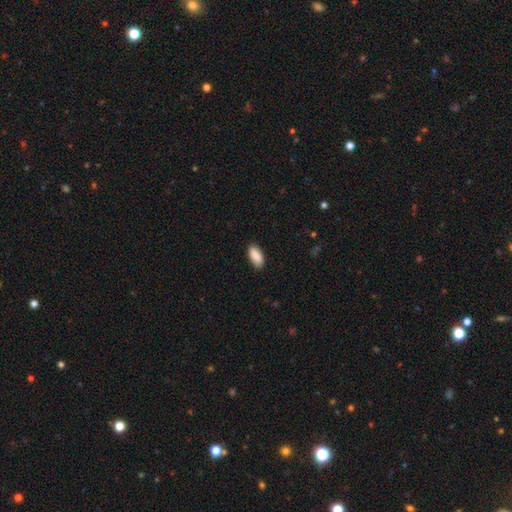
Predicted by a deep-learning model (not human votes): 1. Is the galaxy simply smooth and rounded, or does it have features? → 89% smooth, 6% star or artifact, 5% featured or disk.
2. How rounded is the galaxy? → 90% in between, 8% cigar-shaped, 2% round.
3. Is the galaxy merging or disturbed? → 85% none, 12% minor disturbance, 2% major disturbance, 1% merger.